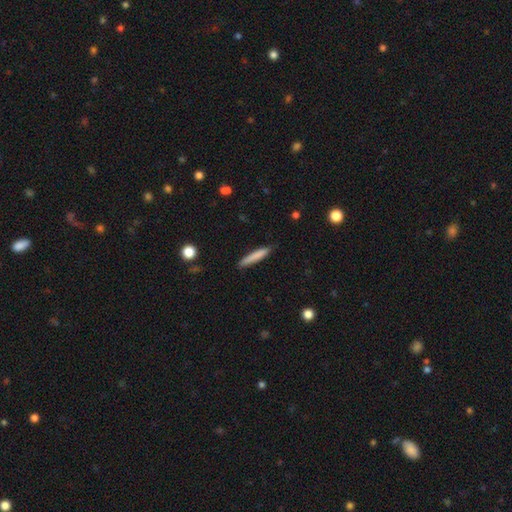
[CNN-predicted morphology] smooth 80%, featured or disk 14%, star or artifact 6%. Down the decision tree: how rounded — cigar-shaped (93%); merging — none (84%).